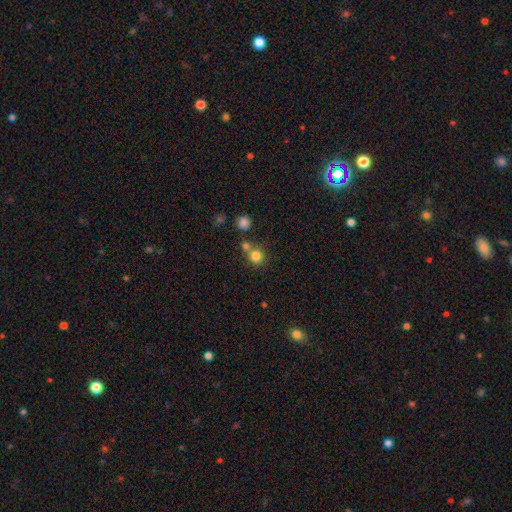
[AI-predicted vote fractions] Smooth or featured: smooth — 81% (star or artifact — 13%)
How rounded: round — 88% (in between — 11%)
Merging: none — 60% (merger — 28%)